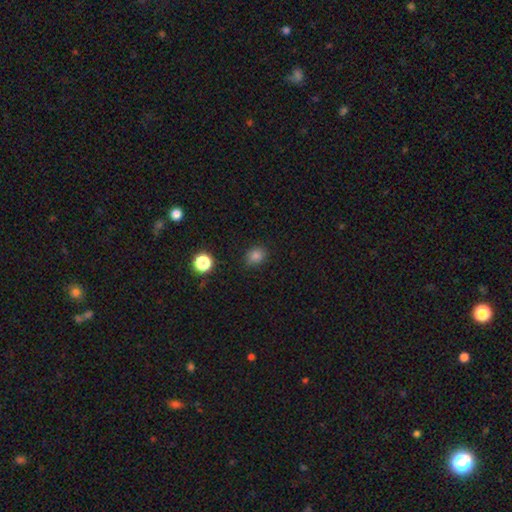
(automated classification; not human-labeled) The model was most divided on "how rounded": round: 65%, in between: 34%, cigar-shaped: 1%. More confident: merging — none (83%); smooth or featured — smooth (82%).